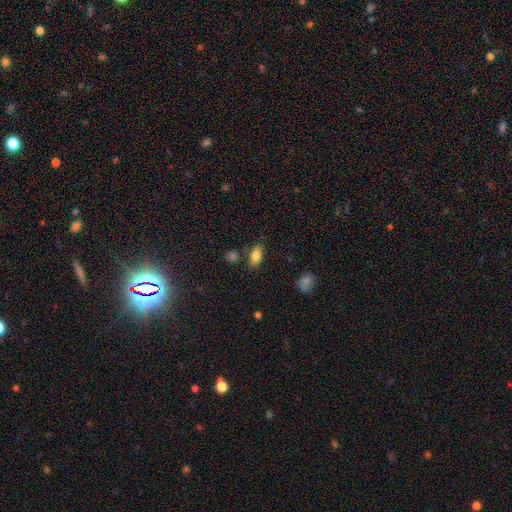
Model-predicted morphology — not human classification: A smooth galaxy with no disk features (82%) that is in between round and cigar-shaped (87%). Merging: none (77%).